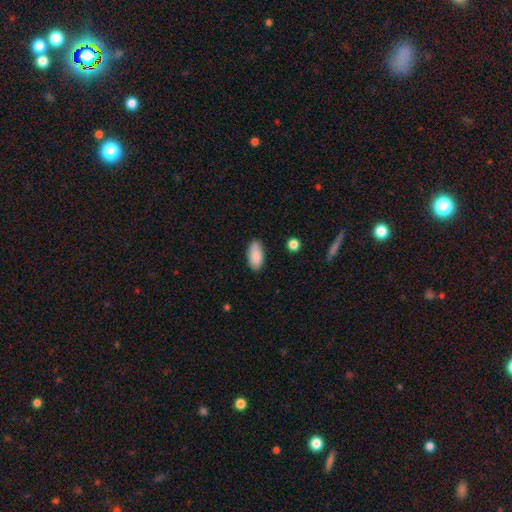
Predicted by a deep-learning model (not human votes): This is clearly a smooth galaxy (87%). How rounded: clearly in between (91%). Merging: clearly none (82%).